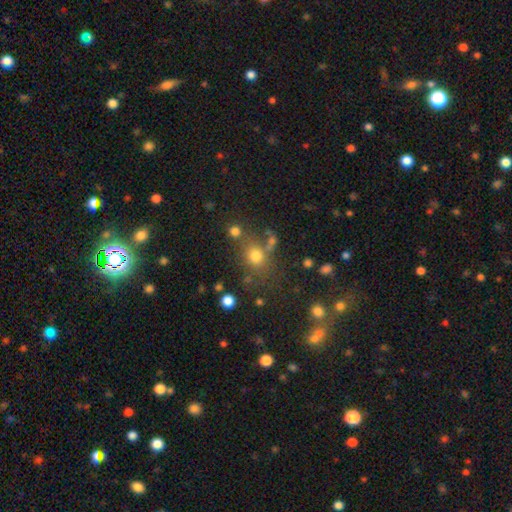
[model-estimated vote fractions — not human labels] smooth_or_featured: smooth (p=0.71) [alt: star or artifact p=0.18]
how_rounded: round (p=0.68) [alt: in between p=0.30]
merging: none (p=0.64) [alt: merger p=0.15]